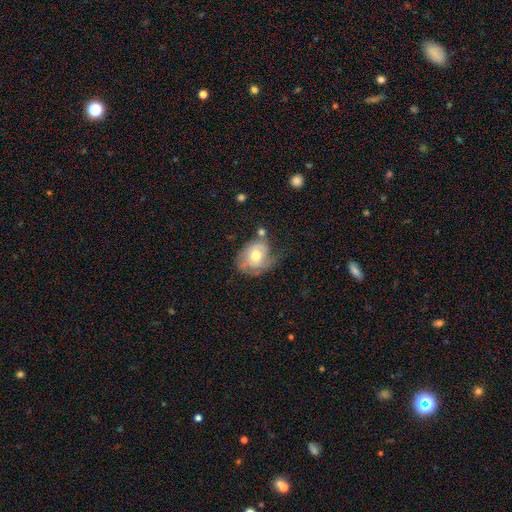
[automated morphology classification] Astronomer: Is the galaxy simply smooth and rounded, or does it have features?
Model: smooth — 48% (runner-up: featured or disk, 45%).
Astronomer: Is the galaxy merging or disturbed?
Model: none — 40% (runner-up: minor disturbance, 31%).